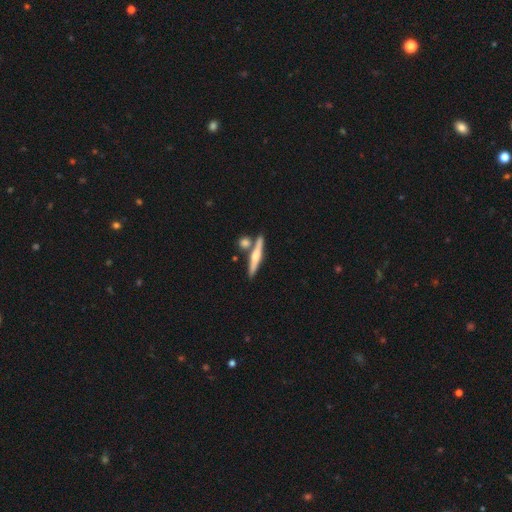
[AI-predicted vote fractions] Smooth or featured? Predicted: featured or disk (p=0.55). Edge-on disk? Predicted: yes (p=0.95). Edge-on bulge? Predicted: rounded (p=0.84). Merging? Predicted: none (p=0.71).